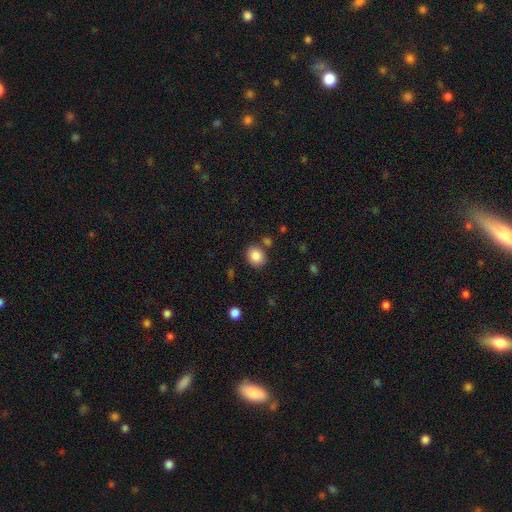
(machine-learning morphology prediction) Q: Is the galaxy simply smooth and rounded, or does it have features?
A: smooth — 87%.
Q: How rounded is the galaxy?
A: round — 64%.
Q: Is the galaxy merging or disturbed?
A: none — 80%.